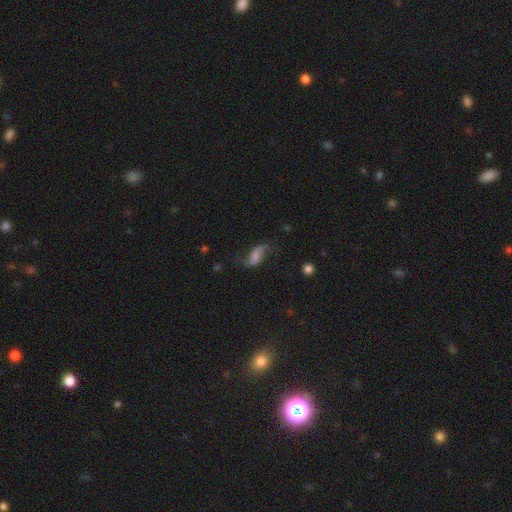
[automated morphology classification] featured or disk 58%, smooth 32%, star or artifact 10%. Down the decision tree: edge-on disk — no (92%); bar — no (45%); spiral arms — yes (90%); bulge size — none (41%); merging — none (62%).